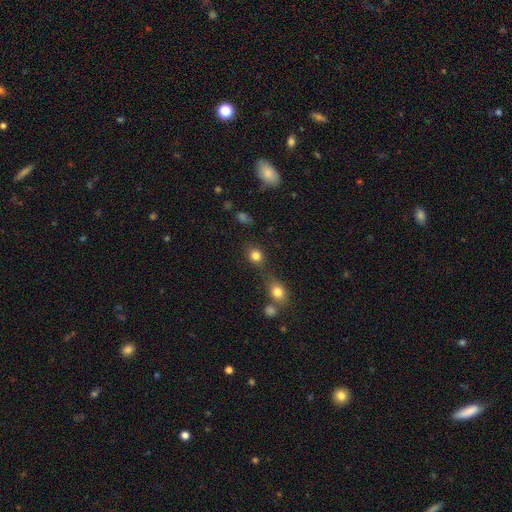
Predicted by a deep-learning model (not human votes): A smooth galaxy with no disk features (81%) that is round (74%). Merging: none (63%).